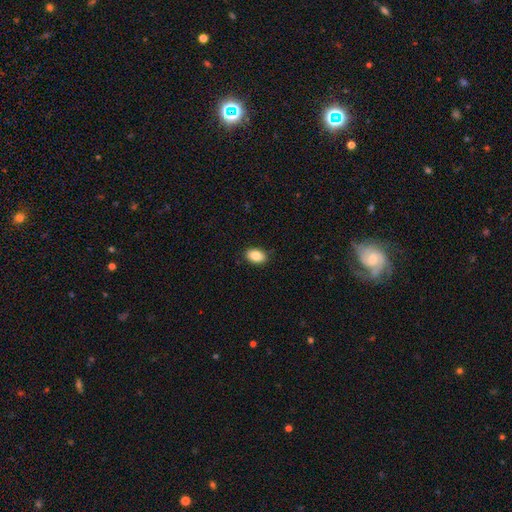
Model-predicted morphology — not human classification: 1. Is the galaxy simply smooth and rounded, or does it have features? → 85% smooth, 8% star or artifact, 7% featured or disk.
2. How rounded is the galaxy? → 87% in between, 12% round, 1% cigar-shaped.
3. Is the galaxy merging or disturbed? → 88% none, 9% minor disturbance, 2% major disturbance, 1% merger.